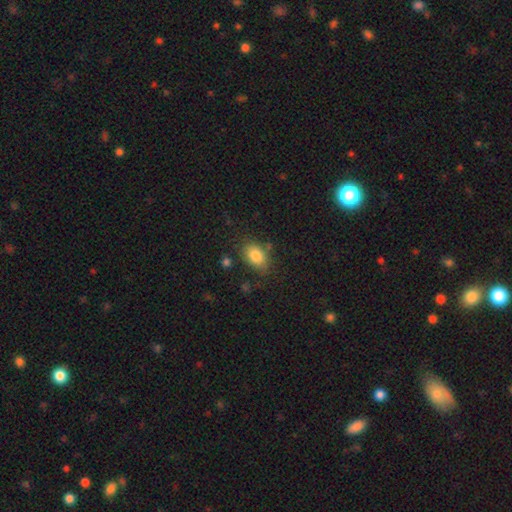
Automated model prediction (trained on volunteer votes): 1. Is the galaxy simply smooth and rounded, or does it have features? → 83% smooth, 8% star or artifact, 8% featured or disk.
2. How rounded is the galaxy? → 84% in between, 15% round, 1% cigar-shaped.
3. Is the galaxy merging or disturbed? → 73% none, 18% minor disturbance, 5% major disturbance, 4% merger.